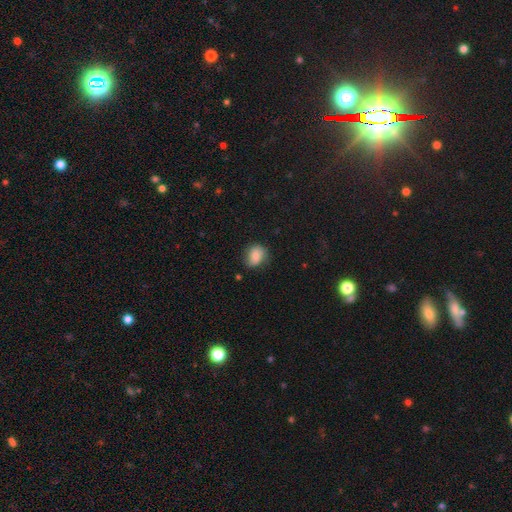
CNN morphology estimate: A smooth galaxy with no disk features (73%) that is round (54%). Merging: none (67%).